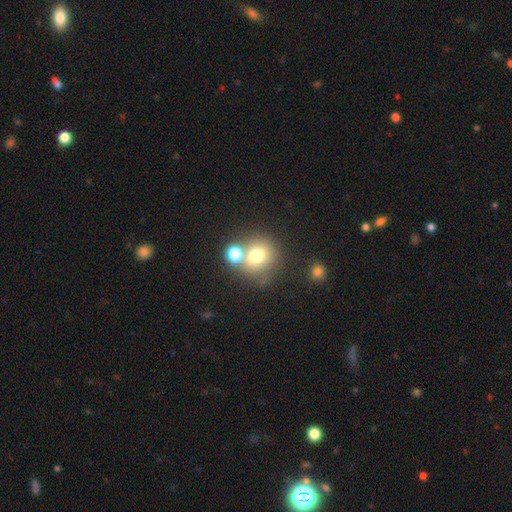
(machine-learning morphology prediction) Smooth or featured? Predicted: smooth (p=0.72). How rounded? Predicted: round (p=0.77). Merging? Predicted: none (p=0.52).